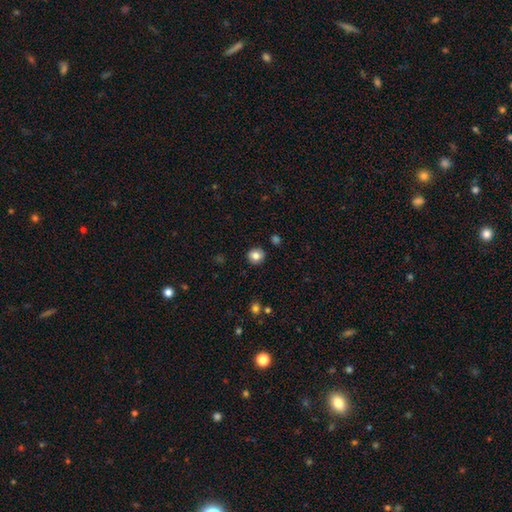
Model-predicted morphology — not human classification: Smooth or featured? Predicted: smooth (p=0.83). How rounded? Predicted: round (p=0.85). Merging? Predicted: none (p=0.89).